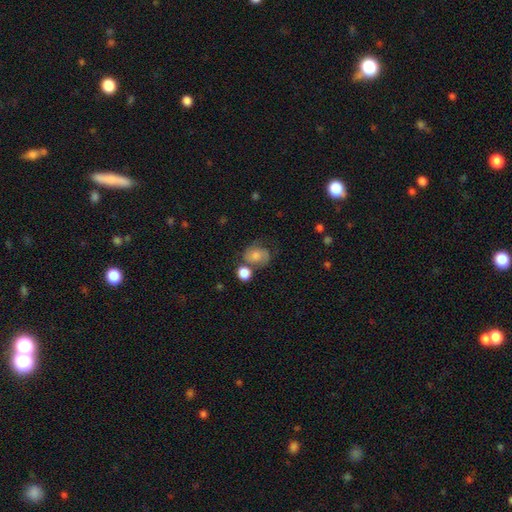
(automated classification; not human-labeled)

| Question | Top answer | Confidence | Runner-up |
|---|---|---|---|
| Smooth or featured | smooth | 59% | featured or disk (31%) |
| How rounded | round | 62% | in between (37%) |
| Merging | none | 44% | merger (22%) |